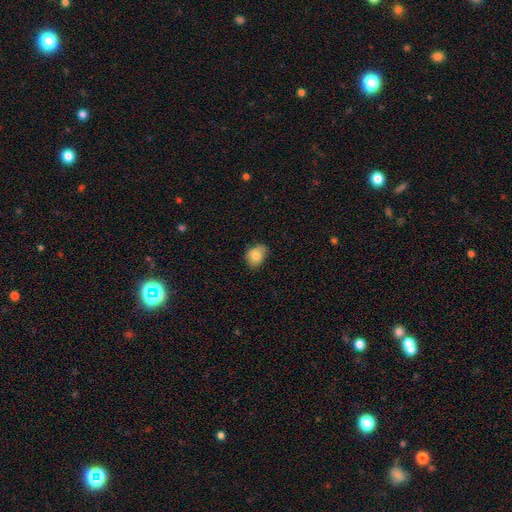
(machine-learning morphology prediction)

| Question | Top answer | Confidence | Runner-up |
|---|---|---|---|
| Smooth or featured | smooth | 78% | featured or disk (13%) |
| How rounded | in between | 67% | round (32%) |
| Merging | none | 63% | minor disturbance (30%) |